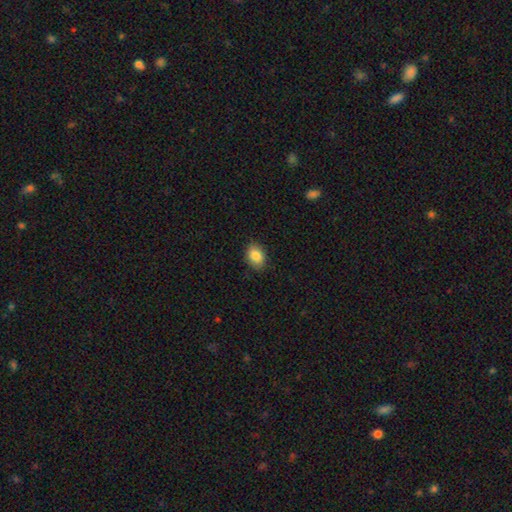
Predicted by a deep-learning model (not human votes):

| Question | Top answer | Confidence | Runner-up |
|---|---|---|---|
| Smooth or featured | smooth | 85% | star or artifact (8%) |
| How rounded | in between | 74% | round (24%) |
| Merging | none | 87% | minor disturbance (10%) |